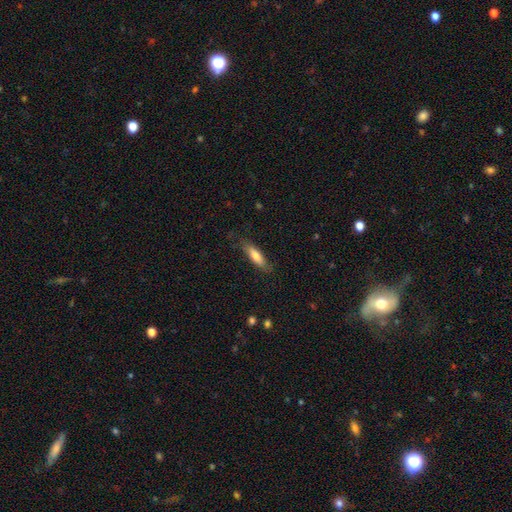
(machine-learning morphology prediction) A smooth galaxy with no disk features (73%) that is cigar-shaped (59%). Merging: none (77%).